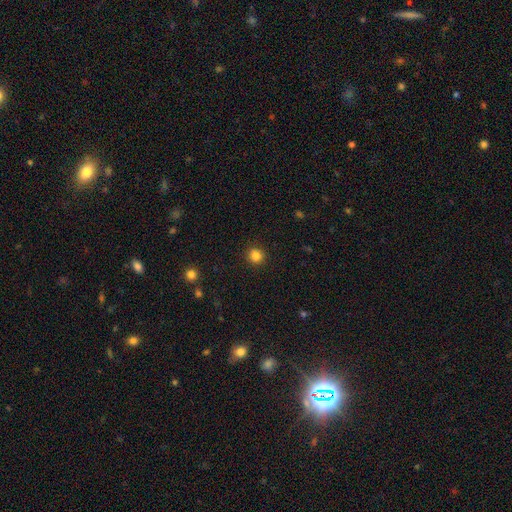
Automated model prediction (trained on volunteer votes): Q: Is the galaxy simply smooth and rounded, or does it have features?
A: smooth — 84%.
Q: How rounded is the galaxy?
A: round — 92%.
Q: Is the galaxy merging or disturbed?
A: none — 92%.